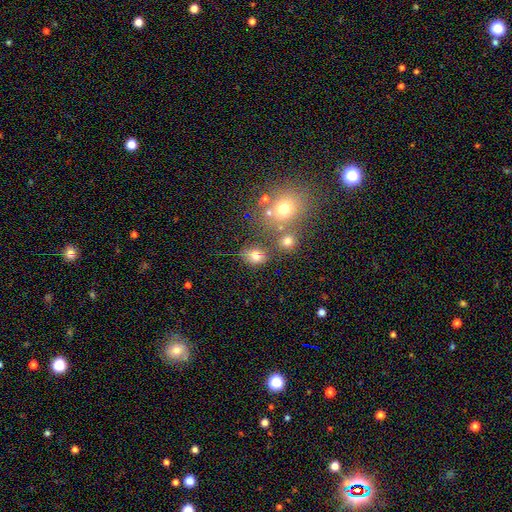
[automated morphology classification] This is likely a smooth galaxy (72%). How rounded: possibly in between (55%). Merging: likely none (69%).